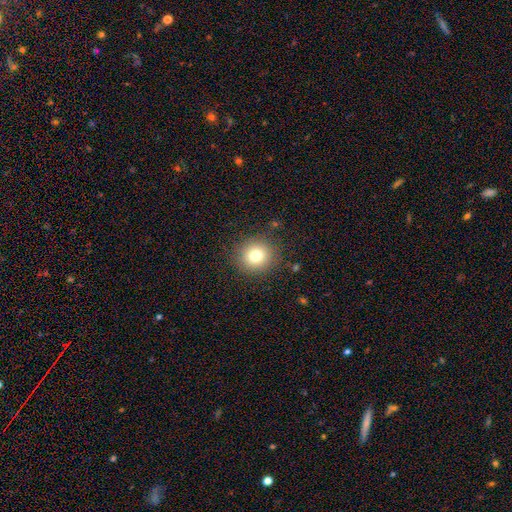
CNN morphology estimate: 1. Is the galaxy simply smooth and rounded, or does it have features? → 77% smooth, 13% star or artifact, 10% featured or disk.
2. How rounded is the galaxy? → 90% round, 9% in between, 1% cigar-shaped.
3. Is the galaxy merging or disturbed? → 88% none, 8% minor disturbance, 3% major disturbance, 1% merger.